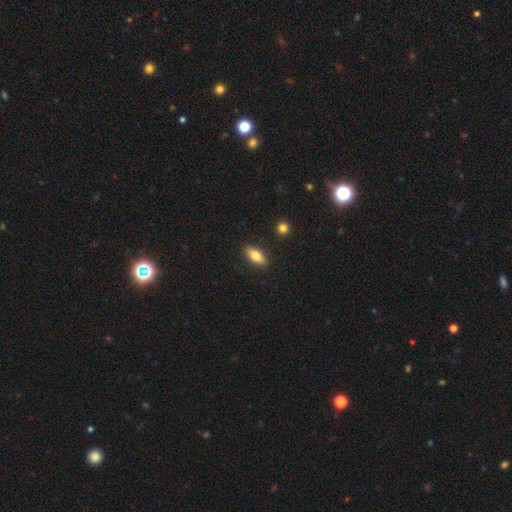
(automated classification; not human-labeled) This appears to be a smooth galaxy with no disk features (74%) that is in between round and cigar-shaped (79%). Merging: none (88%).